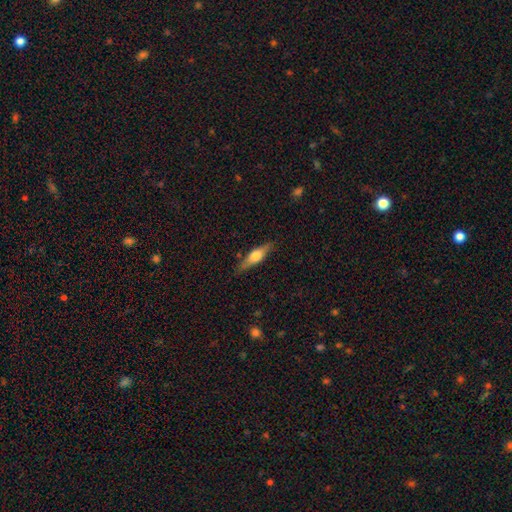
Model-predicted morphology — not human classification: A smooth galaxy with no disk features (48%).

Vote fractions:
- Smooth or featured? smooth: 48% / featured or disk: 46% / star or artifact: 6%
- Merging? none: 83% / minor disturbance: 13% / major disturbance: 3% / merger: 1%